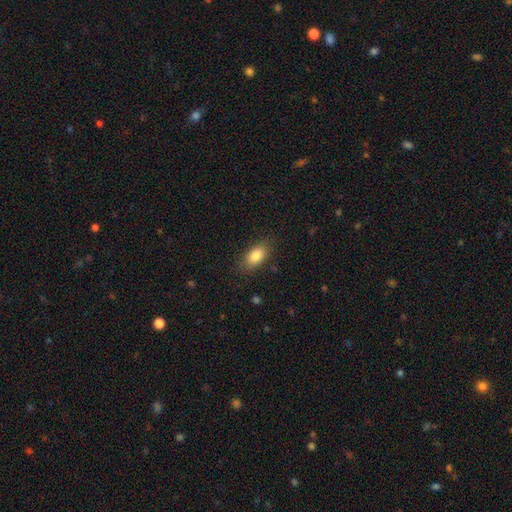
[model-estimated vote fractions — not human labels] Morphology: type=smooth (84%); roundness=in between (88%); merging=none (83%).